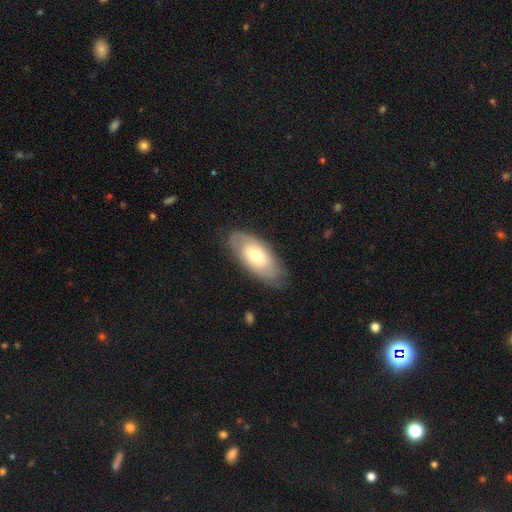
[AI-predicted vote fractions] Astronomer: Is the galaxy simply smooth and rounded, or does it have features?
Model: smooth — 52% (runner-up: featured or disk, 43%).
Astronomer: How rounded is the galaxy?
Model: in between — 89%.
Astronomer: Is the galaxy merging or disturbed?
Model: none — 76%.